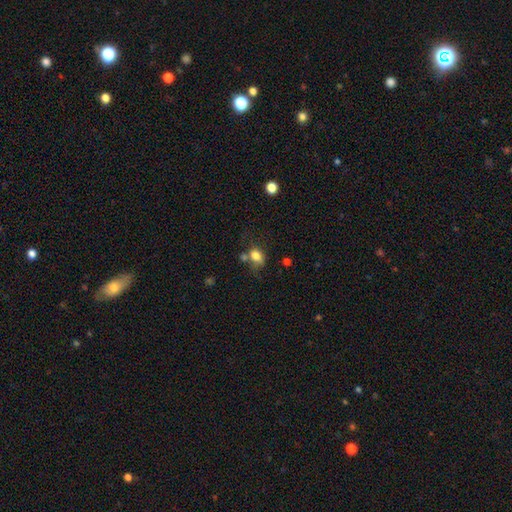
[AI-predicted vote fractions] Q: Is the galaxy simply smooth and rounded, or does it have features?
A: smooth — 79%.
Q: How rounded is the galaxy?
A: in between — 66%.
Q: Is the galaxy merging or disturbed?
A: none — 44%.